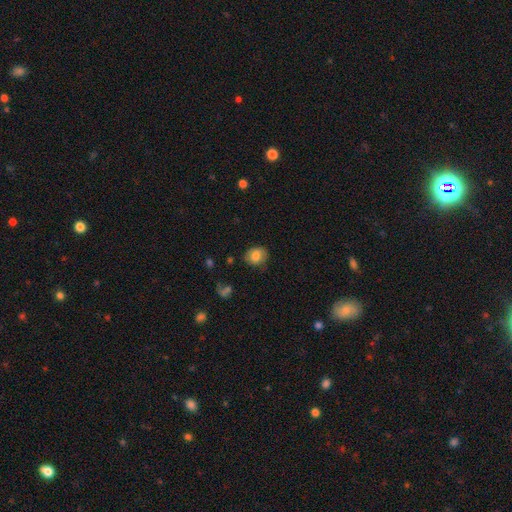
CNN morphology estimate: Smooth or featured?
  - smooth: 79% *
  - featured or disk: 12%
  - star or artifact: 9%
How rounded?
  - round: 70% *
  - in between: 29%
  - cigar-shaped: 1%
Merging?
  - none: 77% *
  - minor disturbance: 17%
  - major disturbance: 4%
  - merger: 2%